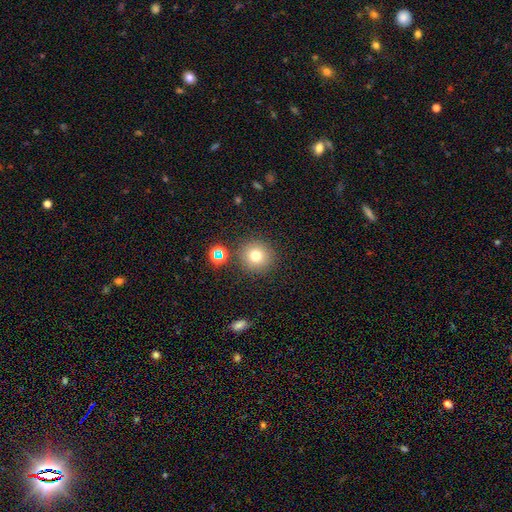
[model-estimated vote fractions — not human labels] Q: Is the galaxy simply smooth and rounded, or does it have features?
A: smooth — 75%.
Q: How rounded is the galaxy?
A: round — 93%.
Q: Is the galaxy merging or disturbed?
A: none — 86%.